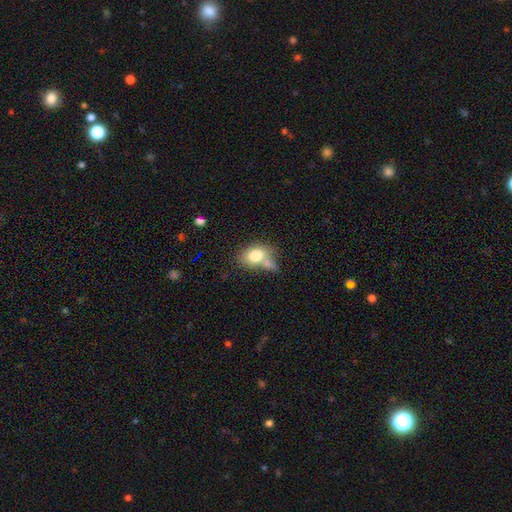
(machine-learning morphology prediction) smooth-or-featured: smooth: 77% | featured or disk: 15% | star or artifact: 9%
  how-rounded: in between: 74% | round: 25% | cigar-shaped: 2%
  merging: none: 38% | merger: 36% | minor disturbance: 18% | major disturbance: 9%